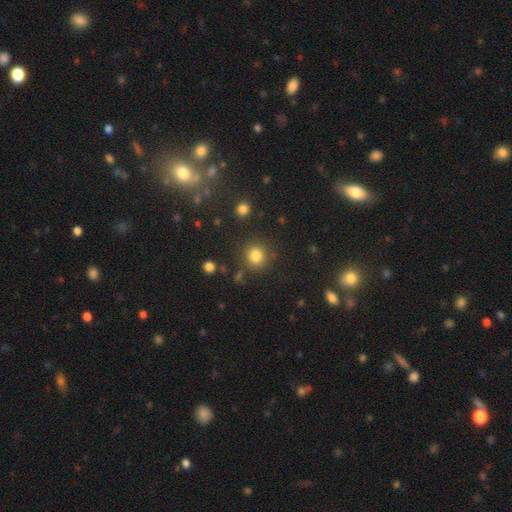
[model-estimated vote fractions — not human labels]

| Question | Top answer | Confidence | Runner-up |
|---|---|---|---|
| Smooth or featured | smooth | 82% | star or artifact (13%) |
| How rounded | round | 90% | in between (9%) |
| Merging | none | 84% | minor disturbance (8%) |